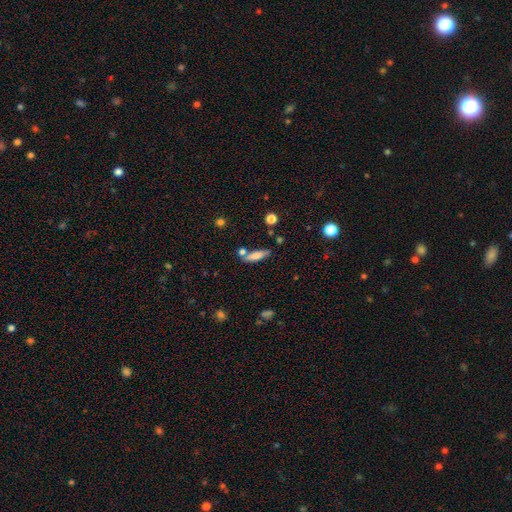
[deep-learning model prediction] A smooth galaxy with no disk features (72%) that is cigar-shaped (61%). Merging: none (66%).